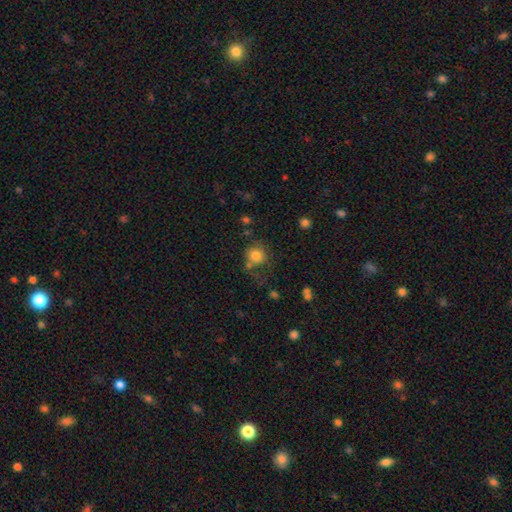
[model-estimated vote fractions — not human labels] Smooth or featured: smooth — 81% (star or artifact — 11%)
How rounded: round — 87% (in between — 12%)
Merging: none — 65% (minor disturbance — 17%)